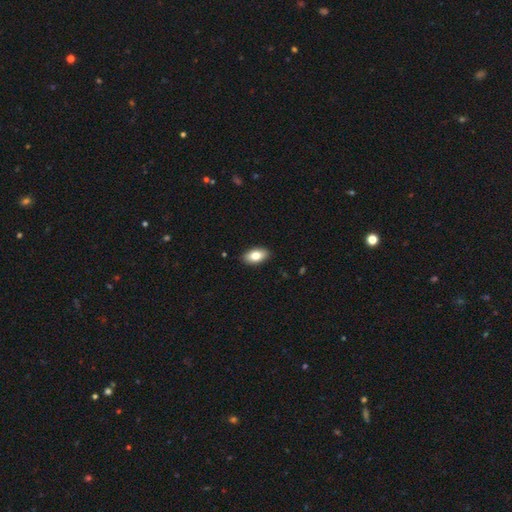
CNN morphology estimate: A smooth galaxy with no disk features (79%) that is in between round and cigar-shaped (92%).

Vote fractions:
- Smooth or featured? smooth: 79% / featured or disk: 14% / star or artifact: 7%
- How rounded? in between: 92% / round: 5% / cigar-shaped: 3%
- Merging? none: 90% / minor disturbance: 7% / major disturbance: 2% / merger: 1%